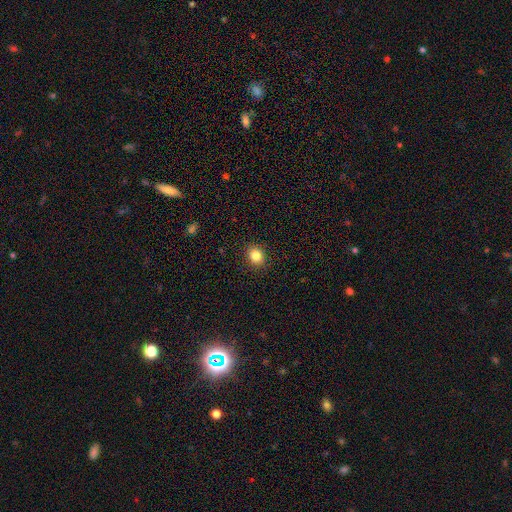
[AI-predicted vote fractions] Q: Smooth or featured?
A: smooth (83%); runner-up: star or artifact (11%)
Q: How rounded?
A: round (69%); runner-up: in between (31%)
Q: Merging?
A: none (91%); runner-up: minor disturbance (6%)